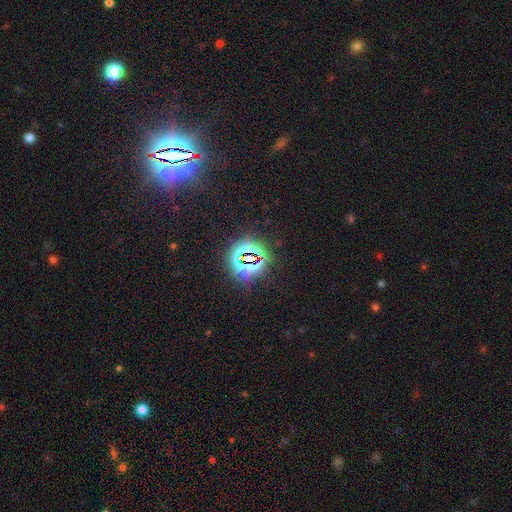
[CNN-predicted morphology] Smooth or featured: star or artifact — 84% (smooth — 9%)